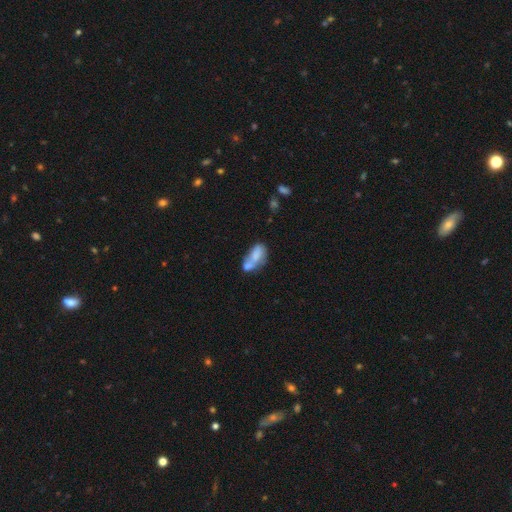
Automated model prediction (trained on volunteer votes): smooth_or_featured: smooth (p=0.66) [alt: featured or disk p=0.25]
how_rounded: in between (p=0.87) [alt: cigar-shaped p=0.07]
merging: merger (p=0.57) [alt: none p=0.20]